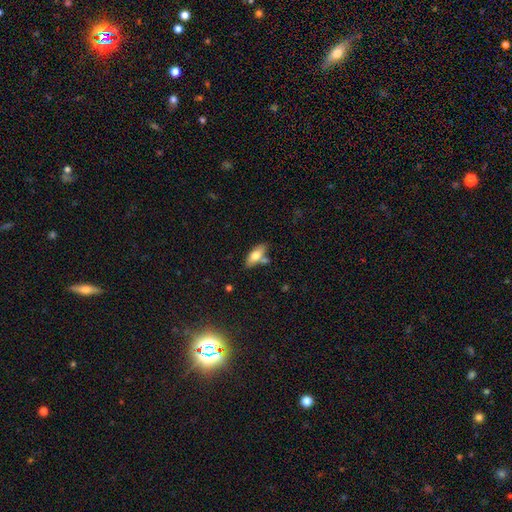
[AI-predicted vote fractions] smooth 70%, featured or disk 23%, star or artifact 7%. Down the decision tree: how rounded — in between (77%); merging — none (60%).